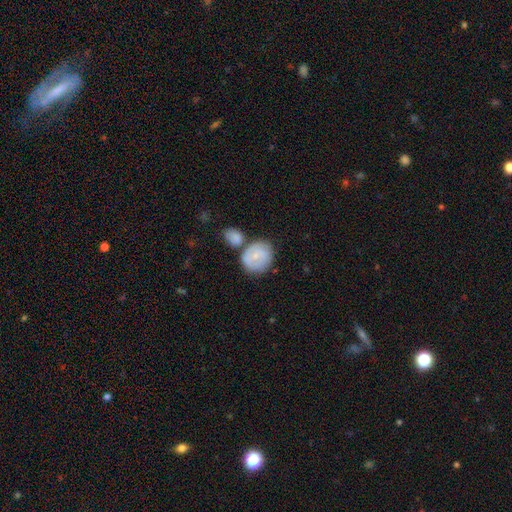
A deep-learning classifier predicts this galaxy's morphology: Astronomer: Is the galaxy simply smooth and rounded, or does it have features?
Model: smooth — 61%.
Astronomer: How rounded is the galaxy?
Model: round — 69%.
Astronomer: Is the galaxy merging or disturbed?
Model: none — 51%.